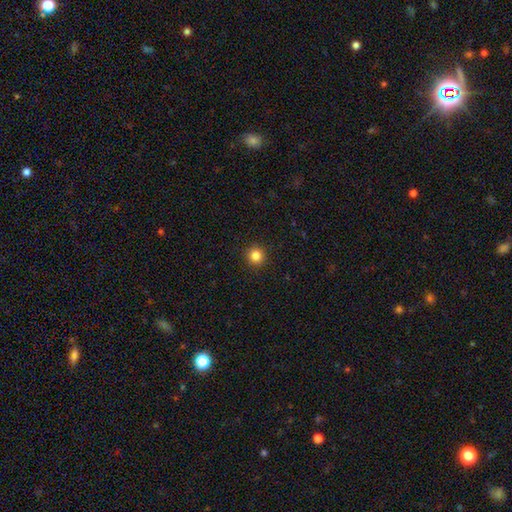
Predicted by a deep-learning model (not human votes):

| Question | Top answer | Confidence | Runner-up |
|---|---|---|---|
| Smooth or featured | smooth | 84% | star or artifact (12%) |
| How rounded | round | 95% | in between (4%) |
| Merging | none | 93% | minor disturbance (5%) |